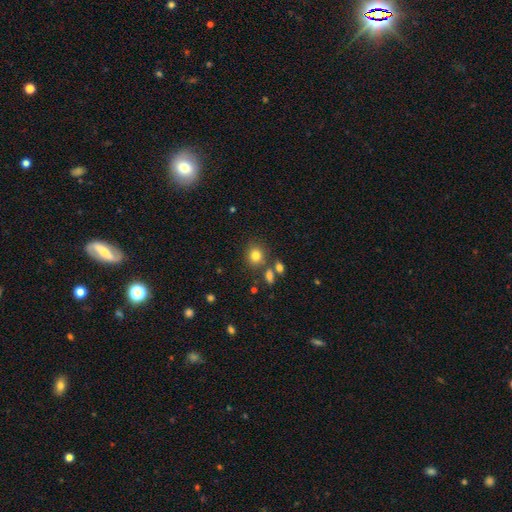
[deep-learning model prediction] Smooth or featured? Predicted: smooth (p=0.80). How rounded? Predicted: round (p=0.75). Merging? Predicted: none (p=0.72).